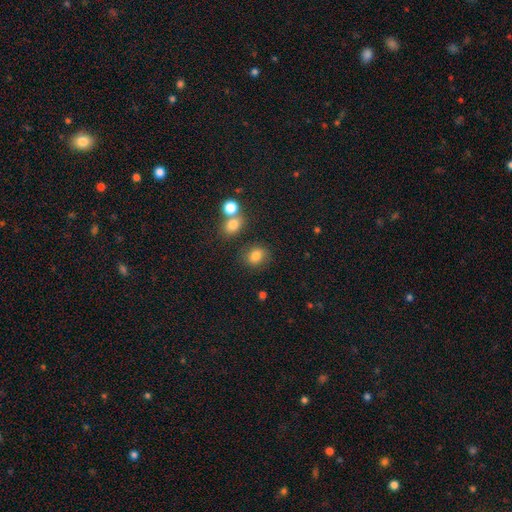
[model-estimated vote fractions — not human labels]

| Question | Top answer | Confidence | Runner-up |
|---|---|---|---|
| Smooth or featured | smooth | 80% | star or artifact (13%) |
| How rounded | round | 57% | in between (42%) |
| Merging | none | 75% | minor disturbance (12%) |